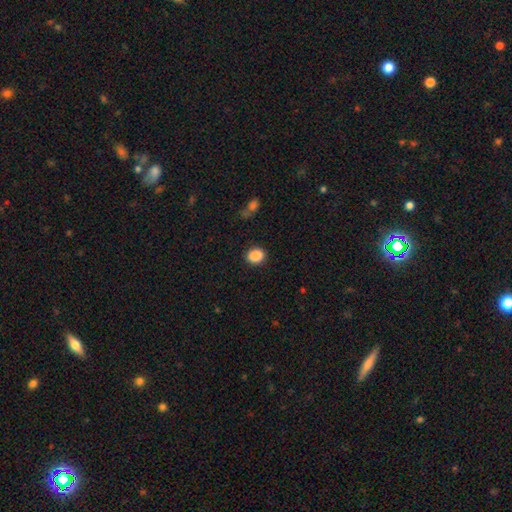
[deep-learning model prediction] A smooth galaxy with no disk features (89%) that is round (55%).

Vote fractions:
- Smooth or featured? smooth: 89% / star or artifact: 8% / featured or disk: 3%
- How rounded? round: 55% / in between: 44% / cigar-shaped: 1%
- Merging? none: 88% / minor disturbance: 8% / major disturbance: 3% / merger: 1%